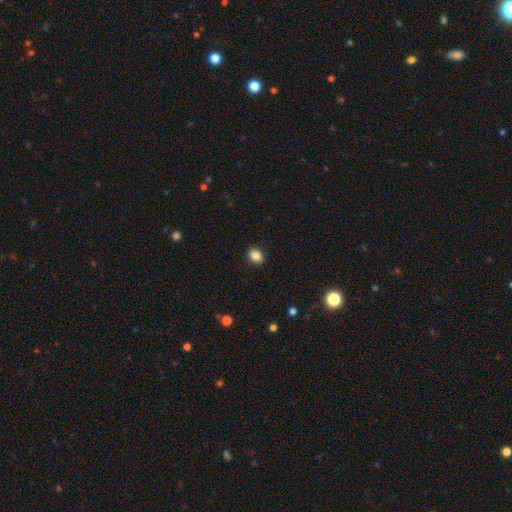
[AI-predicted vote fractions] This appears to be a smooth galaxy with no disk features (86%) that is in between round and cigar-shaped (51%). Merging: none (91%).